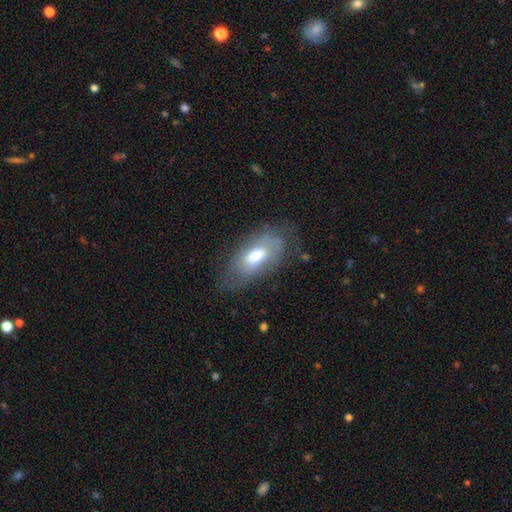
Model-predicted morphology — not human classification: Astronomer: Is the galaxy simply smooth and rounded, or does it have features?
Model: smooth — 52% (runner-up: featured or disk, 41%).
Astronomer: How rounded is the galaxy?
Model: in between — 89%.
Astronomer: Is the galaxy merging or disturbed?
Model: none — 63%.